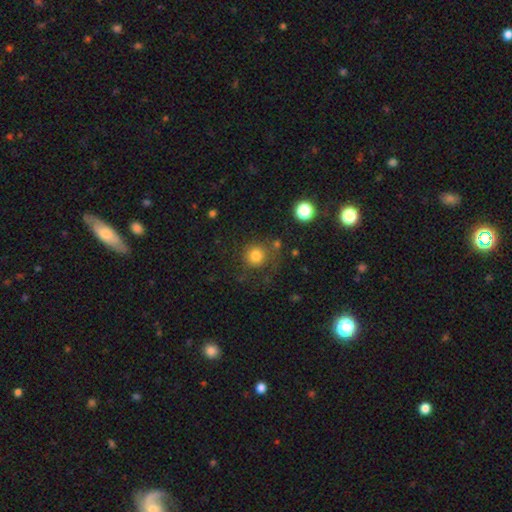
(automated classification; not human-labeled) Smooth or featured: smooth — 78% (star or artifact — 13%)
How rounded: round — 92% (in between — 7%)
Merging: none — 69% (minor disturbance — 14%)